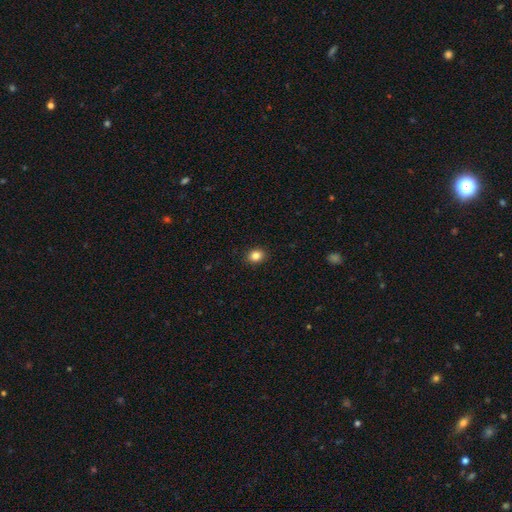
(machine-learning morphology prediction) Smooth or featured?
  - smooth: 85% *
  - star or artifact: 10%
  - featured or disk: 5%
How rounded?
  - round: 54% *
  - in between: 45%
  - cigar-shaped: 1%
Merging?
  - none: 91% *
  - minor disturbance: 7%
  - major disturbance: 2%
  - merger: 1%